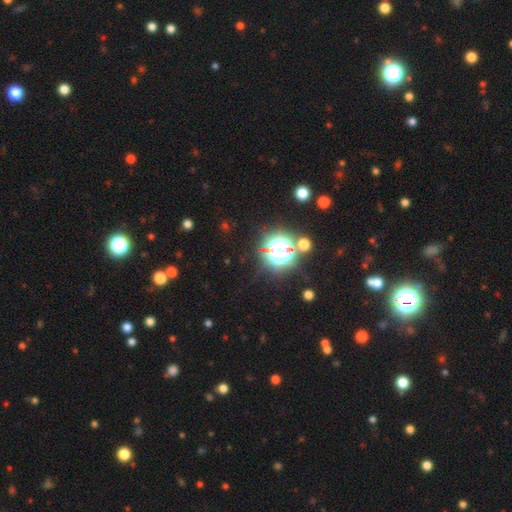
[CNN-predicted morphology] Q: Smooth or featured?
A: star or artifact (79%); runner-up: smooth (14%)